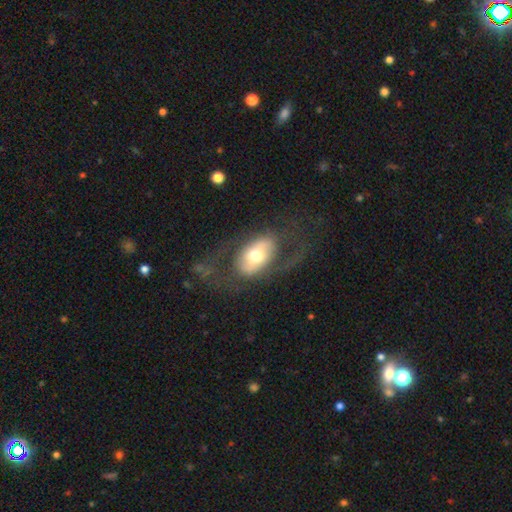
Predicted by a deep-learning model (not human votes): A featured or disk galaxy (53%).

Vote fractions:
- Smooth or featured? featured or disk: 53% / smooth: 40% / star or artifact: 6%
- Edge-on disk? no: 90% / yes: 10%
- Merging? none: 60% / major disturbance: 23% / minor disturbance: 15% / merger: 2%